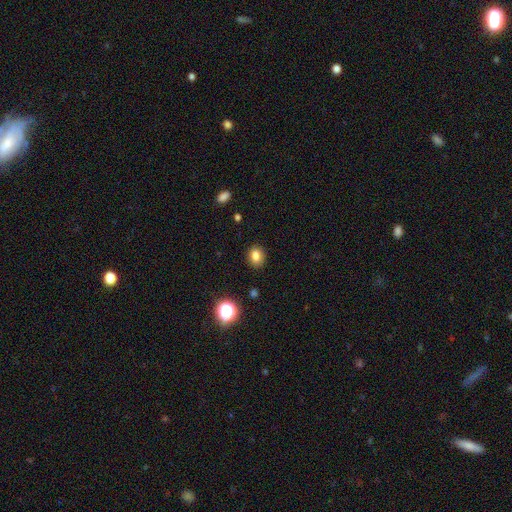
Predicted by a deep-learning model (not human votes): smooth-or-featured: smooth: 81% | star or artifact: 13% | featured or disk: 6%
  how-rounded: round: 52% | in between: 47% | cigar-shaped: 1%
  merging: none: 89% | minor disturbance: 8% | major disturbance: 2% | merger: 1%